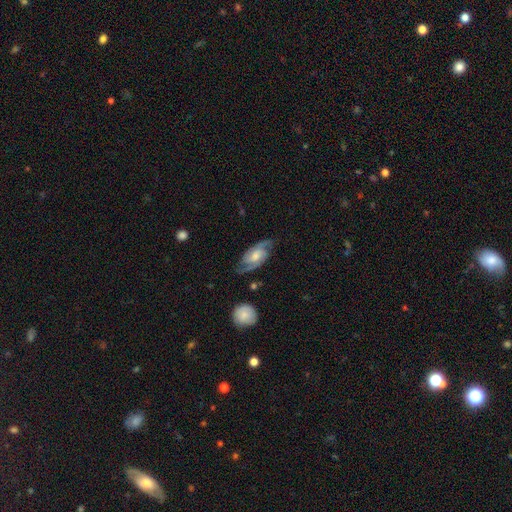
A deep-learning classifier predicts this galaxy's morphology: This is clearly a featured or disk galaxy (83%). It is clearly not viewed edge-on (95%). Bar: possibly no (56%). Spiral arm pattern: clearly yes (97%). Spiral arm count: clearly 2 (89%). Spiral winding: possibly medium (50%). Central bulge: possibly moderate (50%). Merging: likely none (75%).